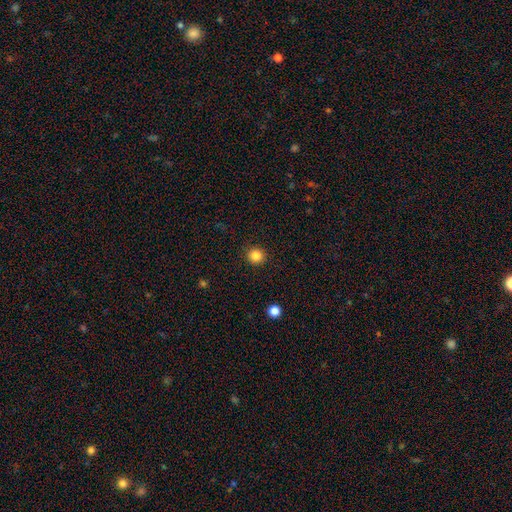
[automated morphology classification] A smooth galaxy with no disk features (85%) that is round (94%). Merging: none (92%).